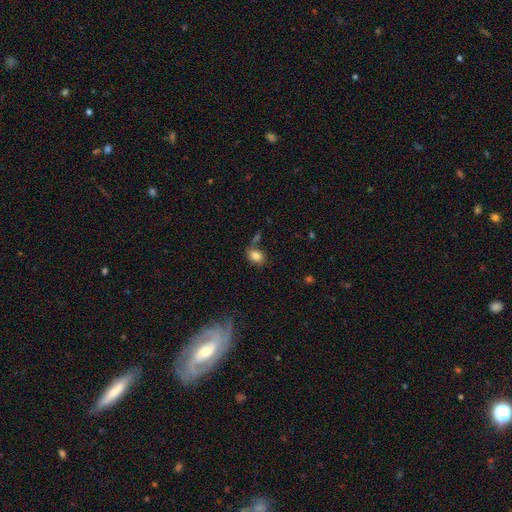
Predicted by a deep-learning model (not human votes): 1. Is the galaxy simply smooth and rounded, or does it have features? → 83% smooth, 9% star or artifact, 8% featured or disk.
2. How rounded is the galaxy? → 76% in between, 23% round, 1% cigar-shaped.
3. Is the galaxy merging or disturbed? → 69% none, 15% minor disturbance, 11% merger, 5% major disturbance.